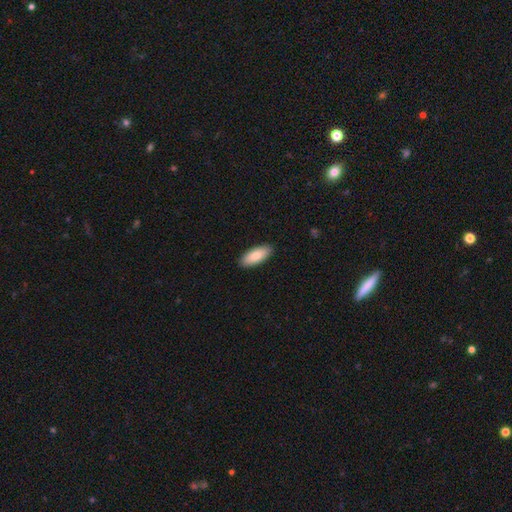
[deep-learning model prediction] This is clearly a smooth galaxy (84%). How rounded: clearly in between (82%). Merging: clearly none (91%).